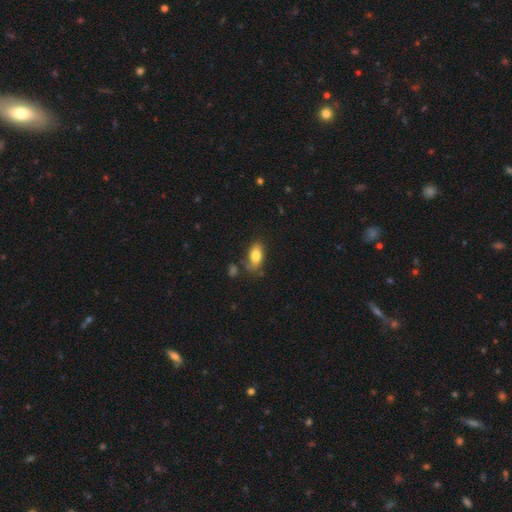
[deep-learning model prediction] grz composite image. It shows a smooth galaxy with no disk features (78%) that is in between round and cigar-shaped (88%). Merging: none (68%).